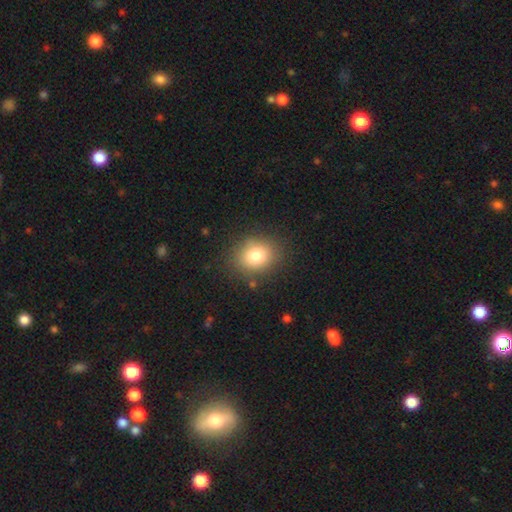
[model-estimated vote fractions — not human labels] Smooth or featured?
  - smooth: 80% *
  - star or artifact: 11%
  - featured or disk: 9%
How rounded?
  - round: 54% *
  - in between: 46%
  - cigar-shaped: 1%
Merging?
  - none: 84% *
  - minor disturbance: 10%
  - major disturbance: 4%
  - merger: 2%